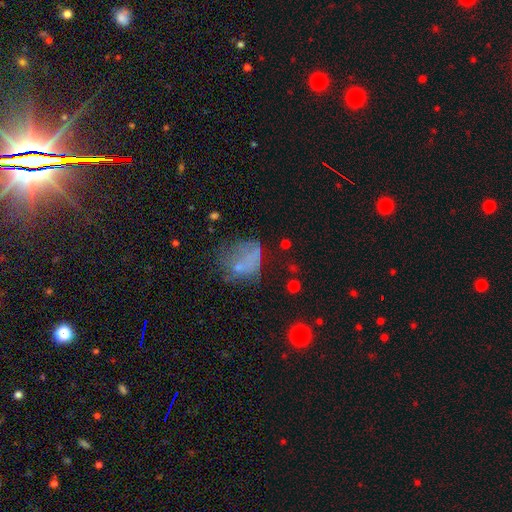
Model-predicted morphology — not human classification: star or artifact 41%, smooth 30%, featured or disk 29%.